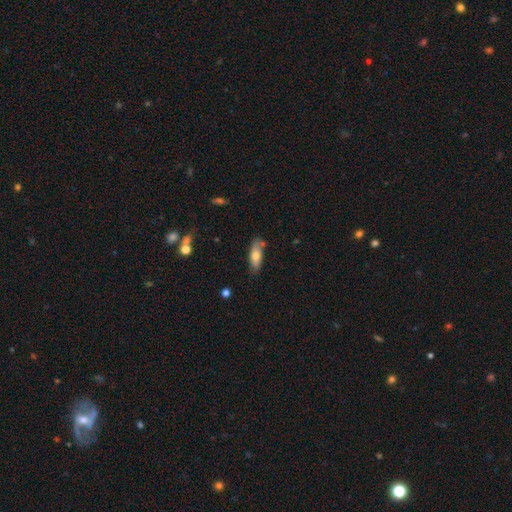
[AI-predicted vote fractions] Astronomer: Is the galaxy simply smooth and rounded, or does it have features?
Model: smooth — 70%.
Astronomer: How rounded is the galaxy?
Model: in between — 65%.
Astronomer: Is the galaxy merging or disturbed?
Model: none — 73%.